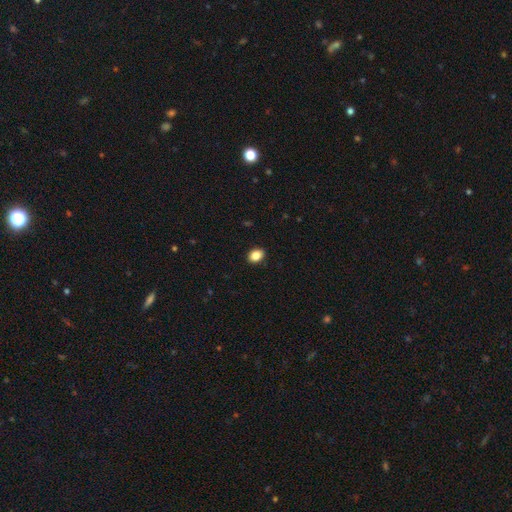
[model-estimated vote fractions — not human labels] Smooth or featured?
  - smooth: 86% *
  - star or artifact: 9%
  - featured or disk: 5%
How rounded?
  - in between: 63% *
  - round: 36%
  - cigar-shaped: 1%
Merging?
  - none: 91% *
  - minor disturbance: 7%
  - major disturbance: 2%
  - merger: 1%